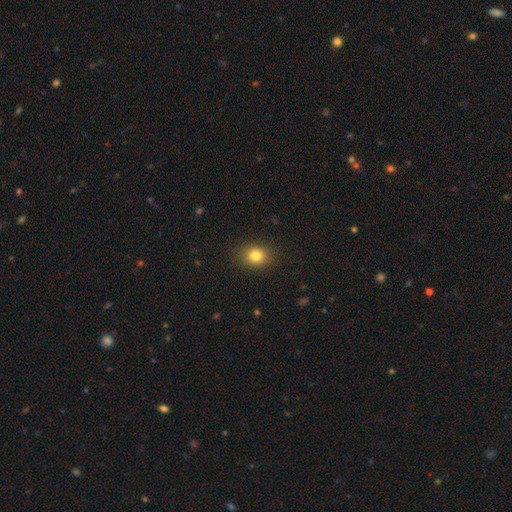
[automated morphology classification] Smooth or featured? smooth (82%)
How rounded? round (62%)
Merging? none (88%)